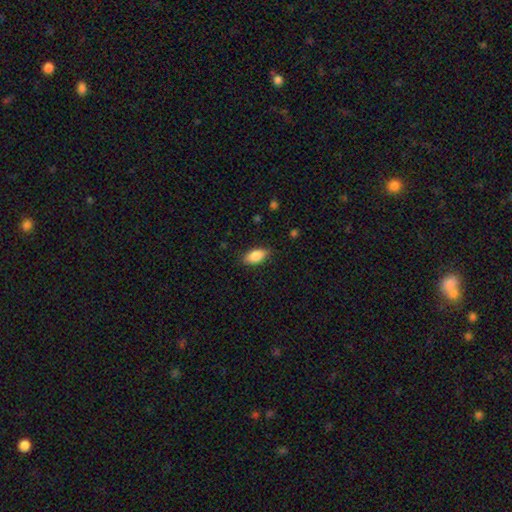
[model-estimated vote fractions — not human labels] Smooth or featured? Predicted: smooth (p=0.86). How rounded? Predicted: in between (p=0.90). Merging? Predicted: none (p=0.84).